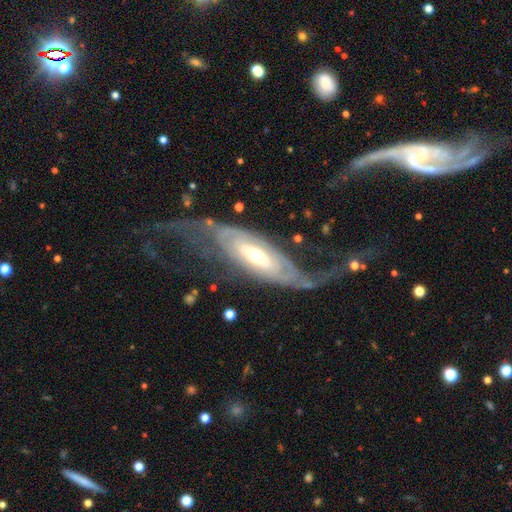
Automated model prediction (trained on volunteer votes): Smooth or featured?
  - featured or disk: 80% *
  - smooth: 15%
  - star or artifact: 5%
Edge-on disk?
  - no: 84% *
  - yes: 16%
Bar?
  - no: 57% *
  - weak: 26%
  - strong: 17%
Spiral arms?
  - yes: 79% *
  - no: 21%
Spiral winding?
  - tight: 37% *
  - loose: 32%
  - medium: 31%
Spiral arm count?
  - 2: 54% *
  - can't tell: 29%
  - 1: 8%
  - 3: 4%
  - 4: 3%
  - more than 4: 3%
Bulge size?
  - moderate: 61% *
  - small: 28%
  - large: 9%
  - dominant: 2%
  - none: 1%
Merging?
  - none: 44% *
  - major disturbance: 36%
  - minor disturbance: 17%
  - merger: 3%